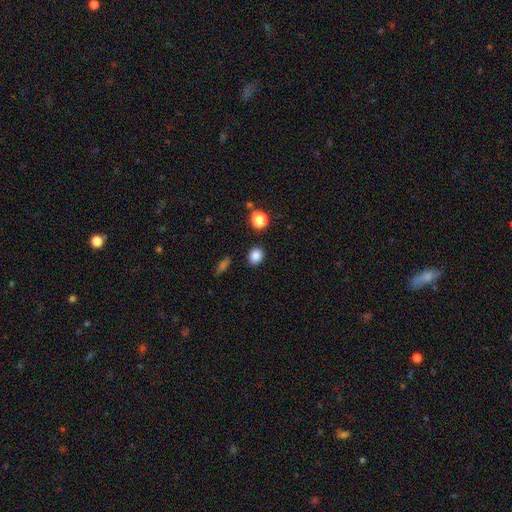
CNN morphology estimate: The model was most divided on "how rounded": round: 68%, in between: 31%, cigar-shaped: 1%. More confident: merging — none (87%); smooth or featured — smooth (85%).